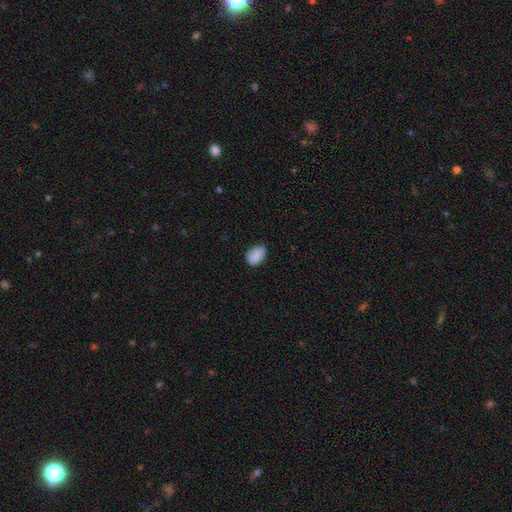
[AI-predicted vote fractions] Morphology: type=smooth (80%); roundness=in between (82%); merging=none (70%).